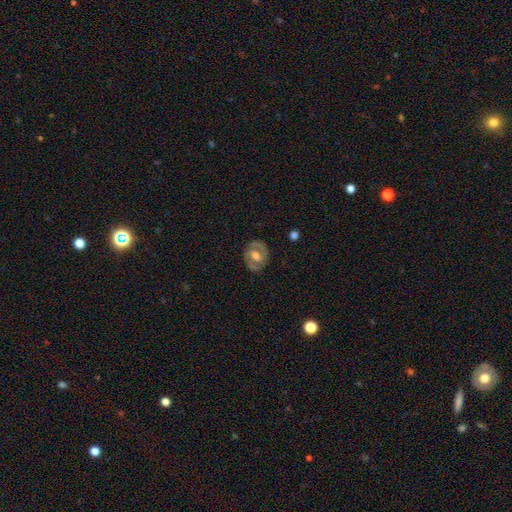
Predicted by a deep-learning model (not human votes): A featured or disk galaxy (66%) with a weak bar (42%), spiral arms (65%) and a moderate central bulge (54%).

Vote fractions:
- Smooth or featured? featured or disk: 66% / smooth: 28% / star or artifact: 6%
- Edge-on disk? no: 96% / yes: 4%
- Bar? weak: 42% / no: 39% / strong: 19%
- Spiral arms? yes: 65% / no: 35%
- Bulge size? moderate: 54% / large: 29% / small: 12% / none: 3% / dominant: 2%
- Merging? none: 79% / minor disturbance: 14% / major disturbance: 5% / merger: 1%